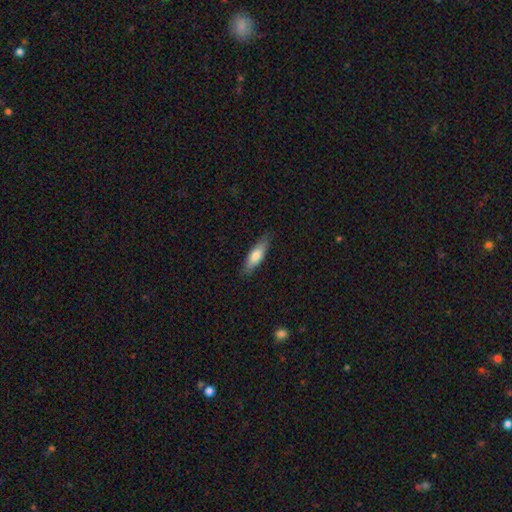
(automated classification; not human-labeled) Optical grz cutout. It shows a smooth galaxy with no disk features (72%) that is cigar-shaped (50%). Merging: none (83%).